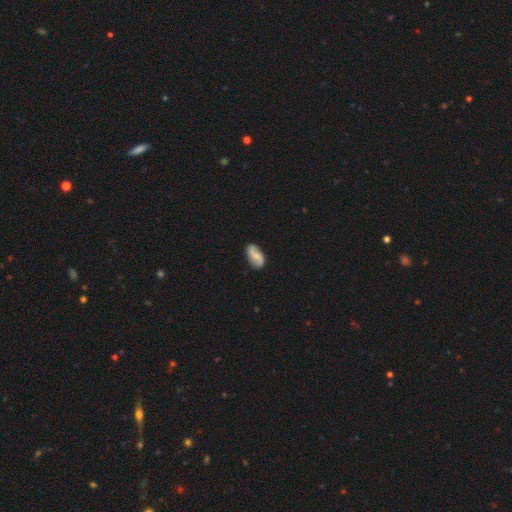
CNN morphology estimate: featured or disk 54%, smooth 39%, star or artifact 7%. Down the decision tree: edge-on disk — no (96%); bar — no (48%); spiral arms — yes (92%); bulge size — small (40%); merging — none (82%).